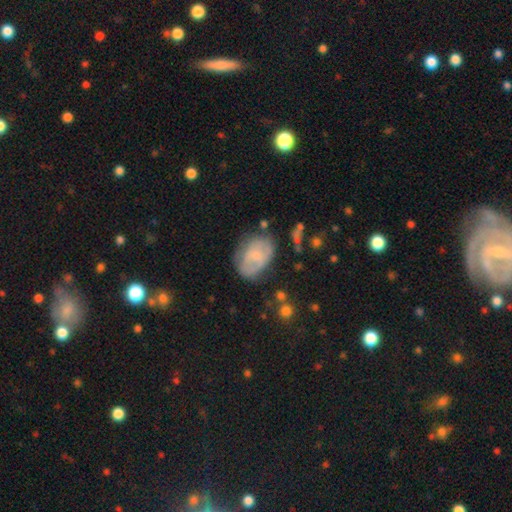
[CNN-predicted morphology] Q: Smooth or featured?
A: smooth (53%); runner-up: featured or disk (40%)
Q: How rounded?
A: in between (79%); runner-up: round (20%)
Q: Merging?
A: none (58%); runner-up: minor disturbance (27%)